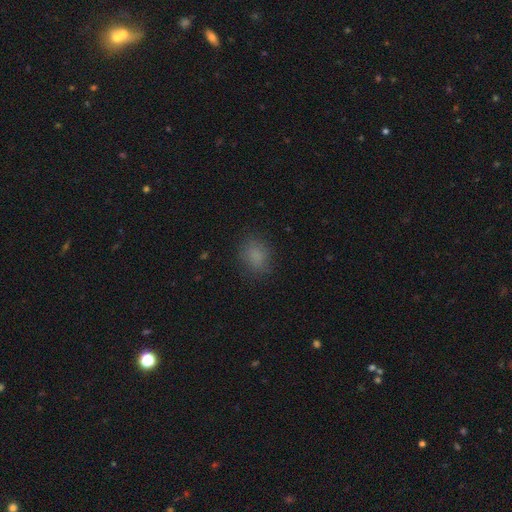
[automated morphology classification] Overall: smooth (81%). How rounded: in between (50%; round 48%). Merging: none (80%).